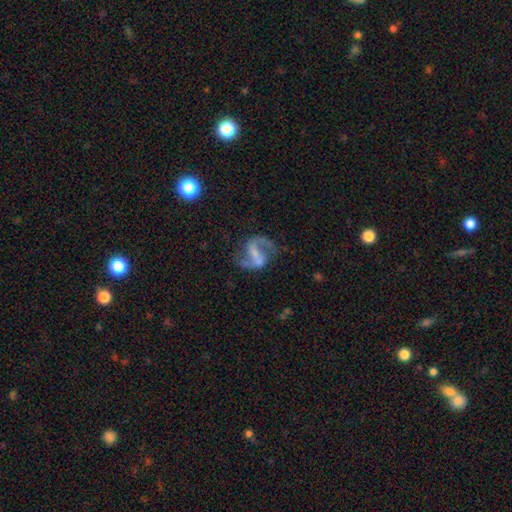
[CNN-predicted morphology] smooth_or_featured: featured or disk (p=0.84) [alt: smooth p=0.10]
disk_edge_on: no (p=0.98) [alt: yes p=0.02]
bar: weak (p=0.41) [alt: strong p=0.39]
has_spiral_arms: yes (p=0.92) [alt: no p=0.08]
spiral_winding: loose (p=0.46) [alt: medium p=0.45]
spiral_arm_count: 2 (p=0.91) [alt: 1 p=0.03]
bulge_size: none (p=0.35) [alt: small p=0.34]
merging: none (p=0.63) [alt: minor disturbance p=0.17]